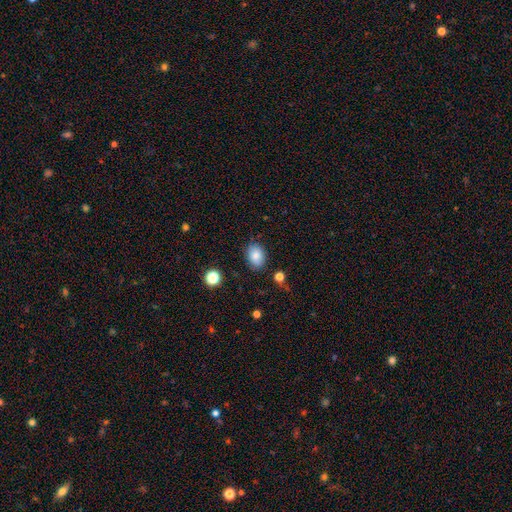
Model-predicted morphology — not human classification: Overall: smooth (85%). How rounded: in between (71%). Merging: none (82%).